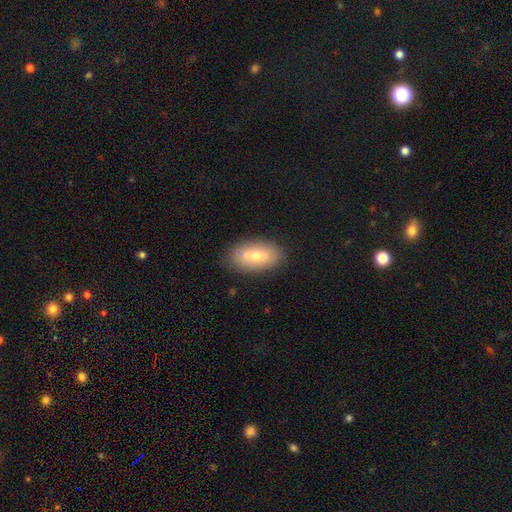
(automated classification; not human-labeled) Smooth or featured?
  - smooth: 68% *
  - featured or disk: 24%
  - star or artifact: 7%
How rounded?
  - in between: 91% *
  - round: 5%
  - cigar-shaped: 5%
Merging?
  - none: 86% *
  - minor disturbance: 11%
  - major disturbance: 3%
  - merger: 1%